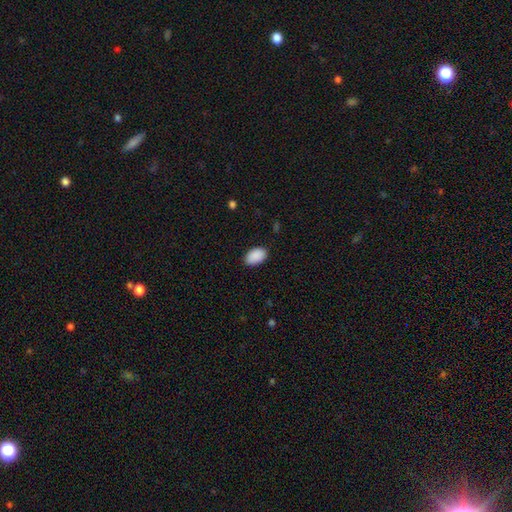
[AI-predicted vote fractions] A smooth galaxy with no disk features (91%) that is in between round and cigar-shaped (93%). Merging: none (87%).